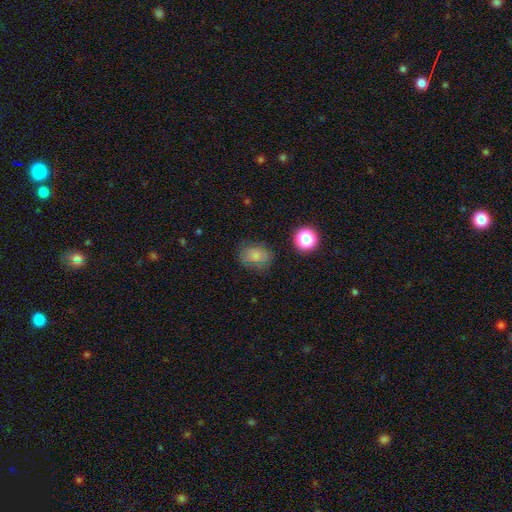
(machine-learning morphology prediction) A smooth galaxy with no disk features (77%) that is round (50%).

Vote fractions:
- Smooth or featured? smooth: 77% / star or artifact: 13% / featured or disk: 10%
- How rounded? round: 50% / in between: 49% / cigar-shaped: 1%
- Merging? none: 74% / minor disturbance: 18% / major disturbance: 6% / merger: 2%